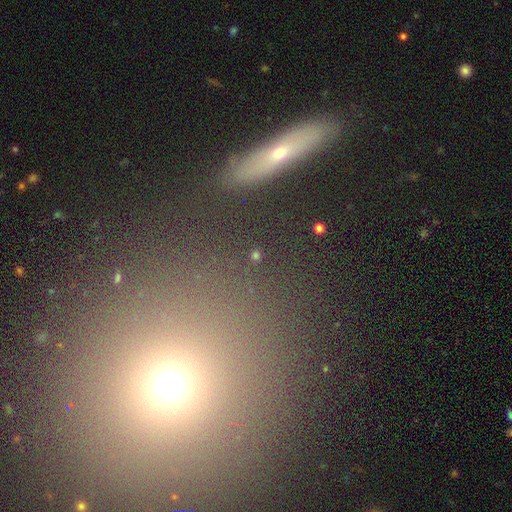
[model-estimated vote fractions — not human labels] smooth-or-featured: smooth: 55% | star or artifact: 37% | featured or disk: 8%
  how-rounded: round: 86% | in between: 11% | cigar-shaped: 3%
  merging: none: 85% | minor disturbance: 7% | merger: 4% | major disturbance: 4%